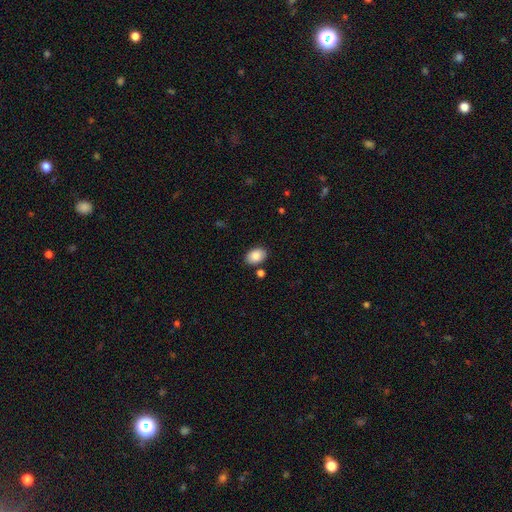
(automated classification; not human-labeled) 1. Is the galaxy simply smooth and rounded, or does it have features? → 86% smooth, 7% star or artifact, 7% featured or disk.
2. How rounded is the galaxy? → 84% in between, 15% round, 1% cigar-shaped.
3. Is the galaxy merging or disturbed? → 84% none, 9% minor disturbance, 4% merger, 2% major disturbance.